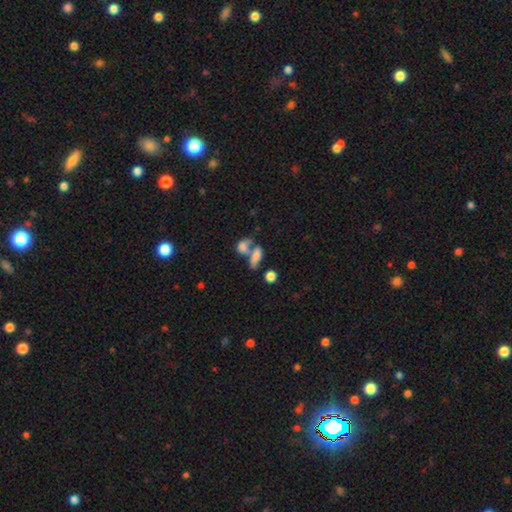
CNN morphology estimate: A smooth galaxy with no disk features (67%) that is in between round and cigar-shaped (72%).

Vote fractions:
- Smooth or featured? smooth: 67% / featured or disk: 22% / star or artifact: 12%
- How rounded? in between: 72% / cigar-shaped: 16% / round: 12%
- Merging? merger: 56% / none: 26% / minor disturbance: 9% / major disturbance: 8%